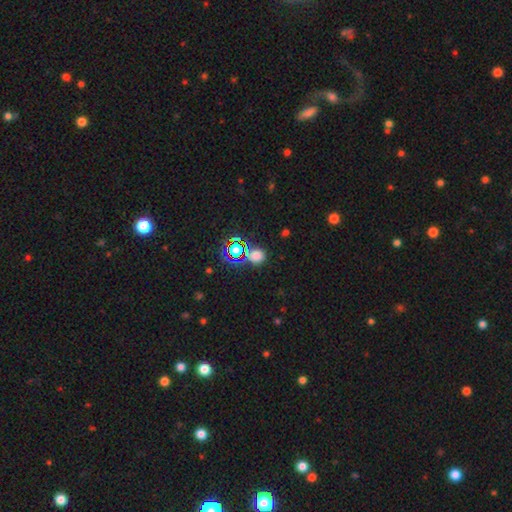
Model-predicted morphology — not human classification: Smooth or featured? smooth (59%)
How rounded? round (78%)
Merging? none (76%)